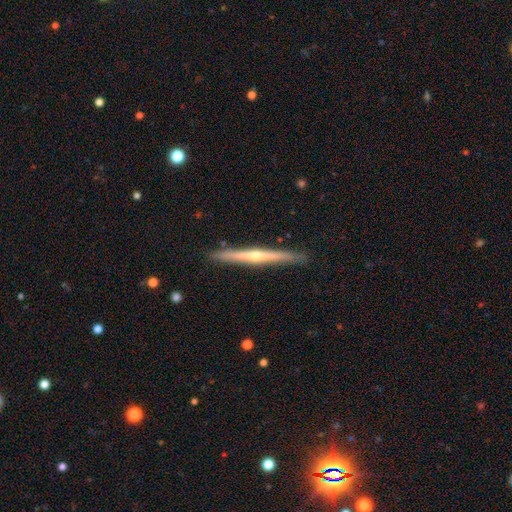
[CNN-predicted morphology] Smooth or featured? featured or disk (74%)
Edge-on disk? yes (98%)
Edge-on bulge? rounded (75%)
Merging? none (90%)